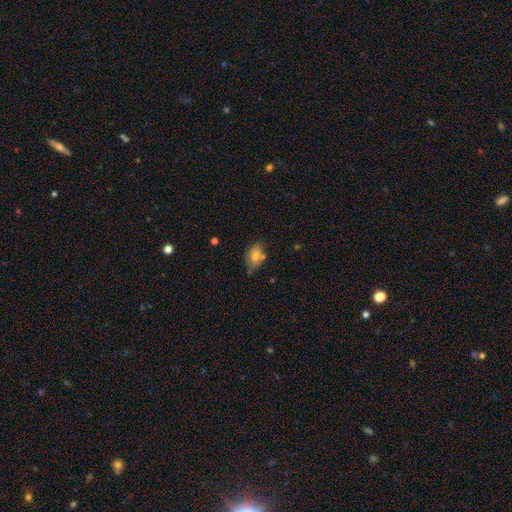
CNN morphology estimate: smooth-or-featured: smooth: 72% | featured or disk: 18% | star or artifact: 10%
  how-rounded: in between: 82% | round: 16% | cigar-shaped: 2%
  merging: none: 63% | minor disturbance: 24% | merger: 8% | major disturbance: 5%